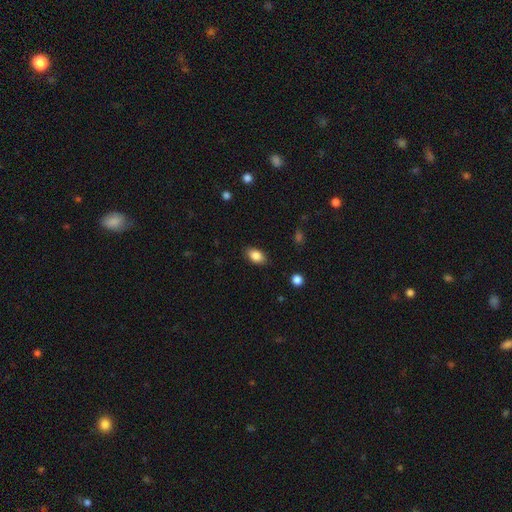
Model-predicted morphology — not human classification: Smooth or featured? smooth (86%)
How rounded? in between (88%)
Merging? none (86%)